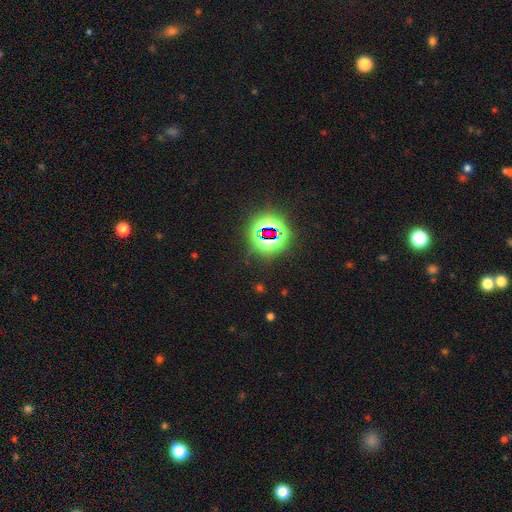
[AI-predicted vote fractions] Smooth or featured?
  - star or artifact: 78% *
  - smooth: 14%
  - featured or disk: 8%